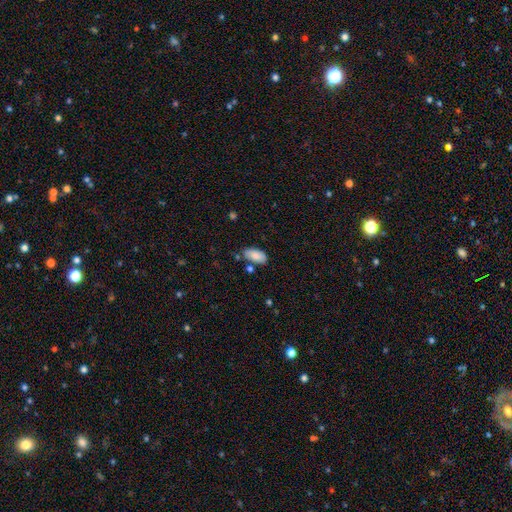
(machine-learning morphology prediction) Smooth or featured: smooth — 85% (featured or disk — 8%)
How rounded: in between — 94% (cigar-shaped — 4%)
Merging: none — 72% (minor disturbance — 17%)